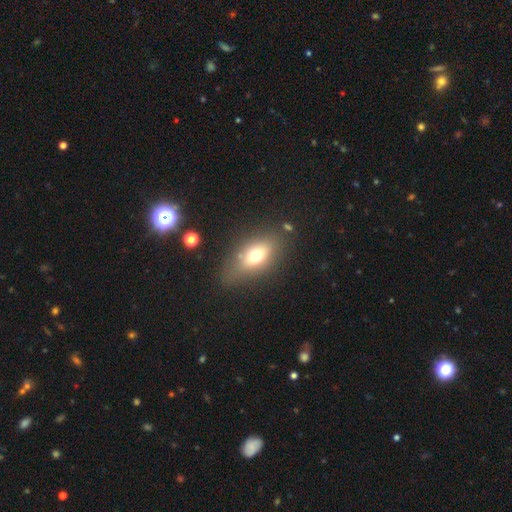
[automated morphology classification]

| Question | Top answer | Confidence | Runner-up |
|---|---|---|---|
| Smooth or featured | smooth | 66% | featured or disk (23%) |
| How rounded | in between | 80% | round (11%) |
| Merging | none | 70% | minor disturbance (17%) |